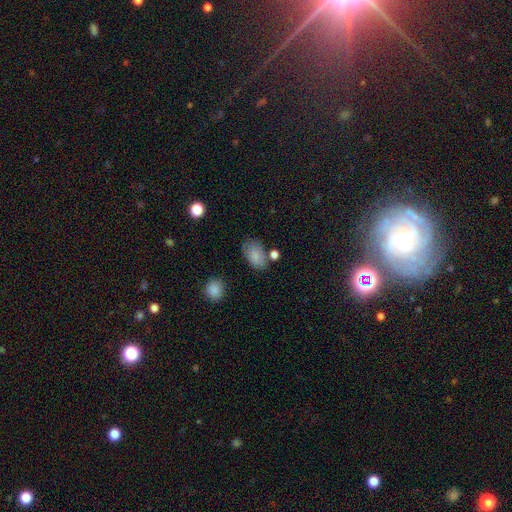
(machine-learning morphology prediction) type=smooth (84%); roundness=in between (90%); merging=none (66%).